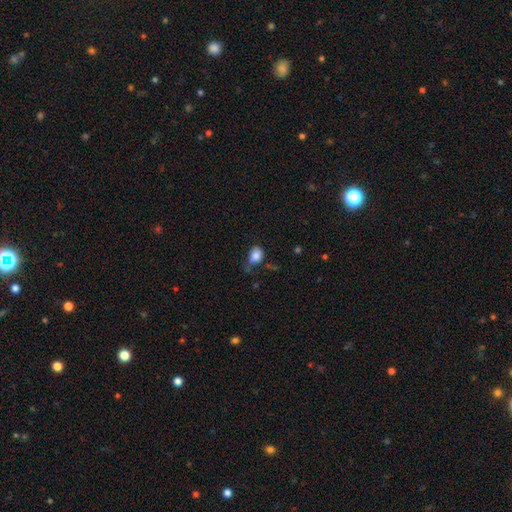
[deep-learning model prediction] Smooth or featured? Predicted: smooth (p=0.84). How rounded? Predicted: in between (p=0.63). Merging? Predicted: none (p=0.52).